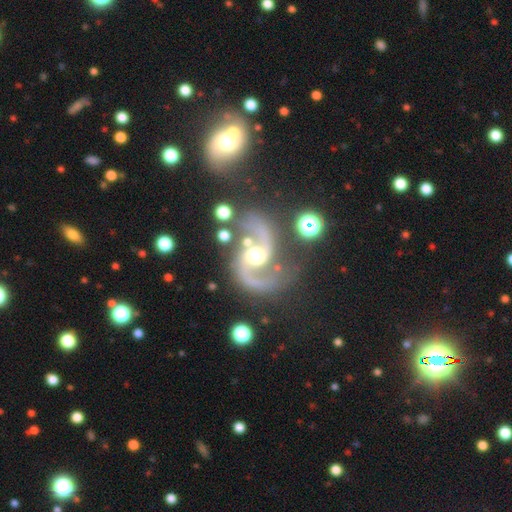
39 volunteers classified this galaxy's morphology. This is likely a featured or disk galaxy (79%). It is clearly not viewed edge-on (100%). Bar: possibly no (58%). Spiral arm pattern: clearly yes (100%). Spiral arm count: clearly 2 (100%). Spiral winding: likely loose (68%). Central bulge: possibly moderate (58%). Merging: likely none (65%).